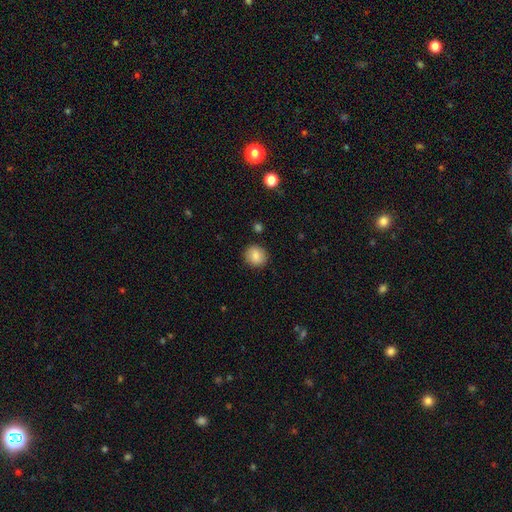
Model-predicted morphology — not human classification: type=smooth (84%); roundness=round (86%); merging=none (89%).